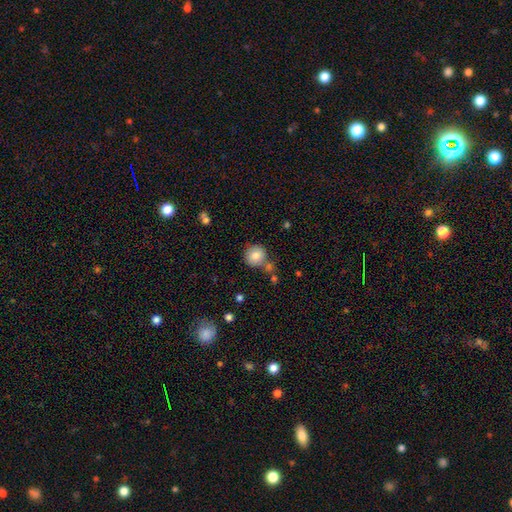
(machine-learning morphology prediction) Overall: smooth (81%). How rounded: round (92%). Merging: none (71%).